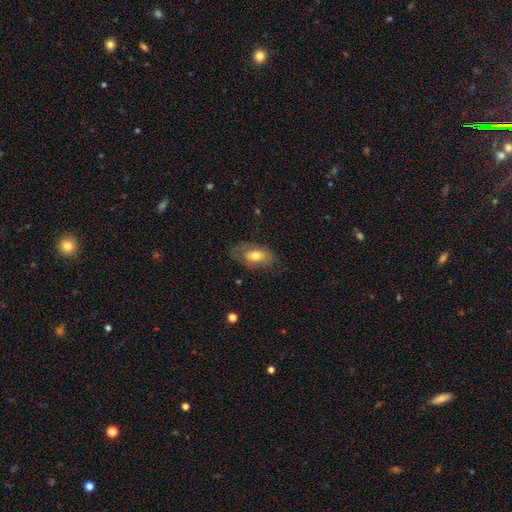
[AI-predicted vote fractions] Morphology: type=smooth (64%); roundness=in between (89%); merging=none (61%).